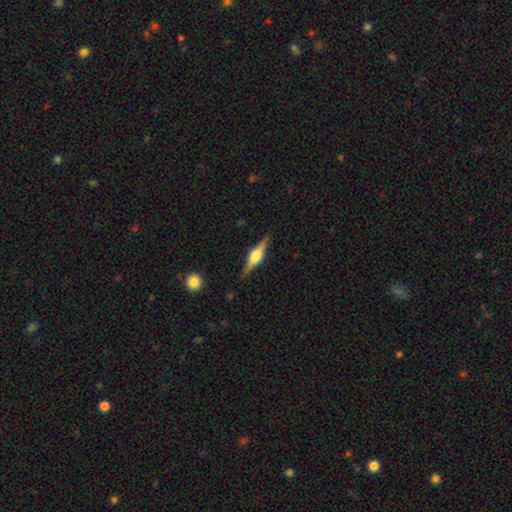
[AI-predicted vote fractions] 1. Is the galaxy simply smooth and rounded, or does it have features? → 78% featured or disk, 16% smooth, 6% star or artifact.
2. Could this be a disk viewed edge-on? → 98% yes, 2% no.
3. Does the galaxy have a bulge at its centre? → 84% rounded, 14% boxy, 2% none.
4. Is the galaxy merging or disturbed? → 87% none, 9% minor disturbance, 2% major disturbance, 1% merger.